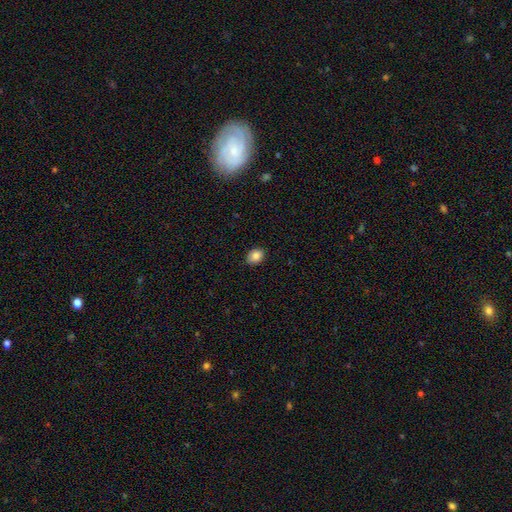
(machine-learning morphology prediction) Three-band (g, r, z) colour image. It shows a smooth galaxy with no disk features (86%) that is in between round and cigar-shaped (65%). Merging: none (87%).